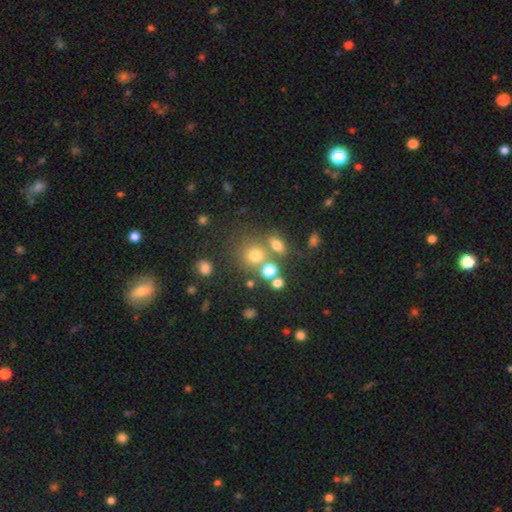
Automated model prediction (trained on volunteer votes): Q: Smooth or featured?
A: smooth (68%); runner-up: star or artifact (20%)
Q: How rounded?
A: round (78%); runner-up: in between (20%)
Q: Merging?
A: none (58%); runner-up: merger (26%)